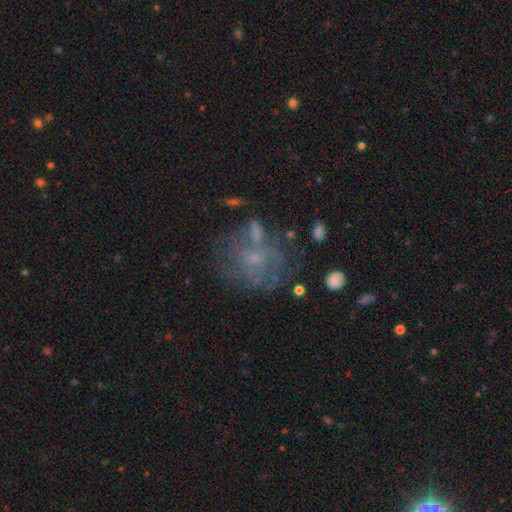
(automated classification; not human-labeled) A featured or disk galaxy (57%) with no bar (73%), spiral arms (53%) and a small central bulge (61%).

Vote fractions:
- Smooth or featured? featured or disk: 57% / smooth: 26% / star or artifact: 17%
- Edge-on disk? no: 97% / yes: 3%
- Bar? no: 73% / weak: 23% / strong: 4%
- Spiral arms? yes: 53% / no: 47%
- Bulge size? small: 61% / none: 19% / moderate: 17% / large: 2% / dominant: 1%
- Merging? none: 51% / major disturbance: 20% / minor disturbance: 19% / merger: 10%